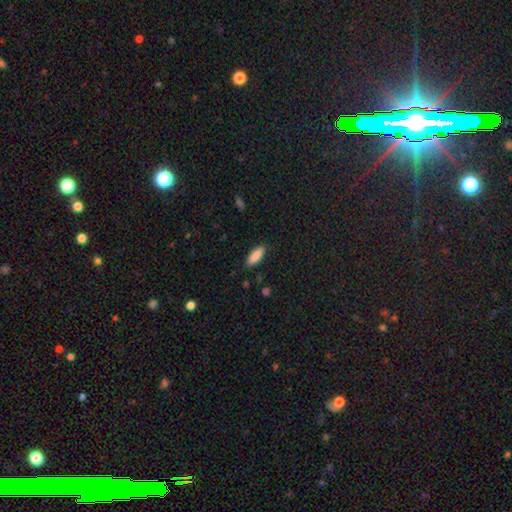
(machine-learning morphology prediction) smooth 88%, star or artifact 6%, featured or disk 6%. Down the decision tree: how rounded — in between (62%); merging — none (87%).